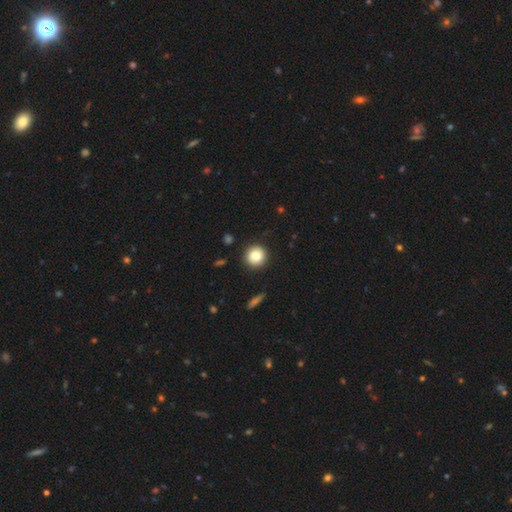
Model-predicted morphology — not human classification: A smooth galaxy with no disk features (78%) that is round (91%).

Vote fractions:
- Smooth or featured? smooth: 78% / featured or disk: 13% / star or artifact: 9%
- How rounded? round: 91% / in between: 8% / cigar-shaped: 1%
- Merging? none: 88% / minor disturbance: 8% / major disturbance: 2% / merger: 2%